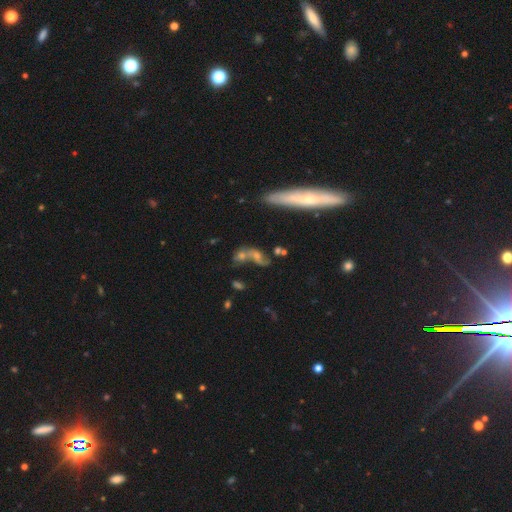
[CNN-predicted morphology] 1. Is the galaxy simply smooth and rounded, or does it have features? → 49% featured or disk, 34% smooth, 17% star or artifact.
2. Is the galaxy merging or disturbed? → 46% none, 27% merger, 15% minor disturbance, 12% major disturbance.